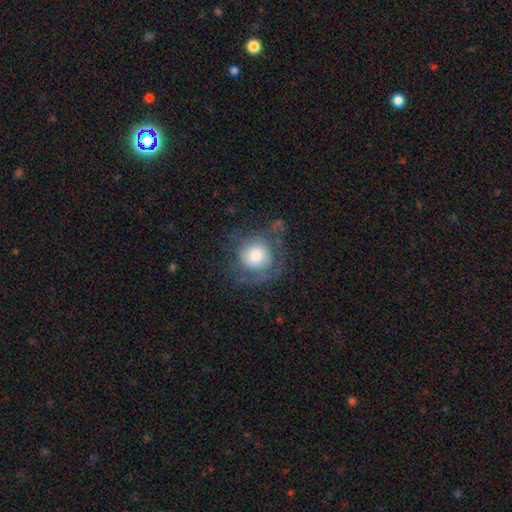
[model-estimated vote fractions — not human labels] This appears to be a smooth galaxy with no disk features (56%) that is round (91%). Merging: none (60%).